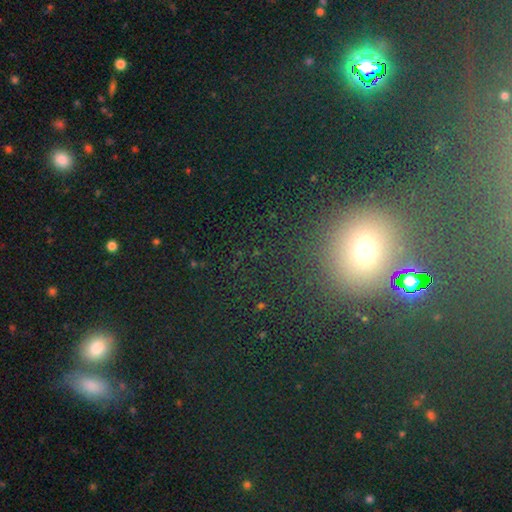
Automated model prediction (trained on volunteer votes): Q: Smooth or featured?
A: smooth (50%); runner-up: star or artifact (39%)
Q: How rounded?
A: round (73%); runner-up: in between (23%)
Q: Merging?
A: none (75%); runner-up: minor disturbance (10%)